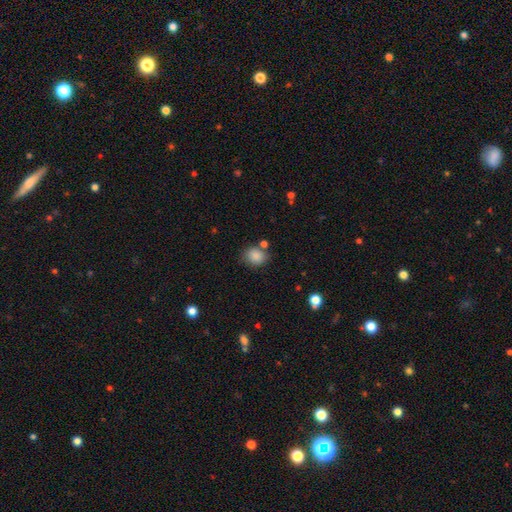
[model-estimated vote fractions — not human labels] This appears to be a smooth galaxy with no disk features (86%) that is round (59%). Merging: none (71%).